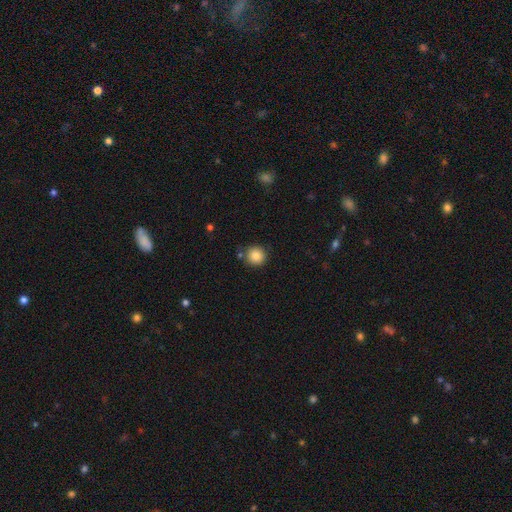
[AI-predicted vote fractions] A smooth galaxy with no disk features (84%) that is round (93%).

Vote fractions:
- Smooth or featured? smooth: 84% / star or artifact: 10% / featured or disk: 6%
- How rounded? round: 93% / in between: 6% / cigar-shaped: 1%
- Merging? none: 81% / minor disturbance: 10% / merger: 6% / major disturbance: 3%